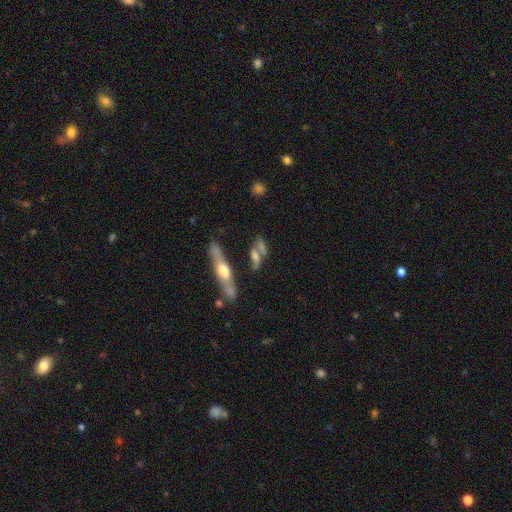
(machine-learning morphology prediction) Smooth or featured?
  - featured or disk: 54% *
  - smooth: 35%
  - star or artifact: 12%
Edge-on disk?
  - yes: 66% *
  - no: 34%
Merging?
  - none: 59% *
  - merger: 18%
  - minor disturbance: 15%
  - major disturbance: 7%